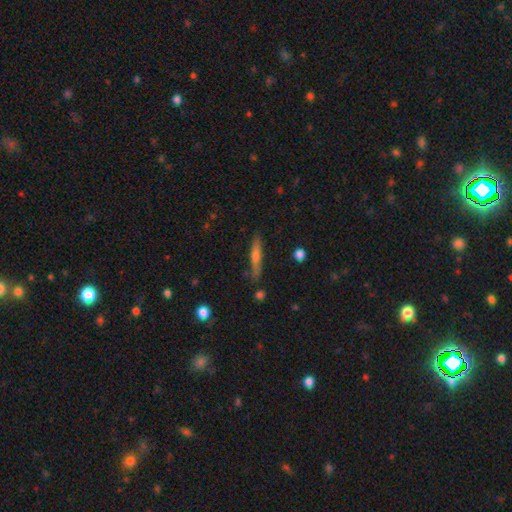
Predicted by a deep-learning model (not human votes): Smooth or featured?
  - featured or disk: 53% *
  - smooth: 36%
  - star or artifact: 11%
Edge-on disk?
  - yes: 92% *
  - no: 8%
Merging?
  - none: 82% *
  - minor disturbance: 13%
  - major disturbance: 3%
  - merger: 3%